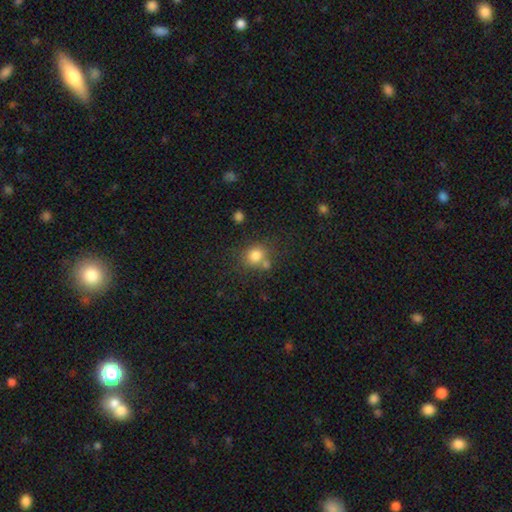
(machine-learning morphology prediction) Smooth or featured? smooth (81%)
How rounded? round (77%)
Merging? none (61%)